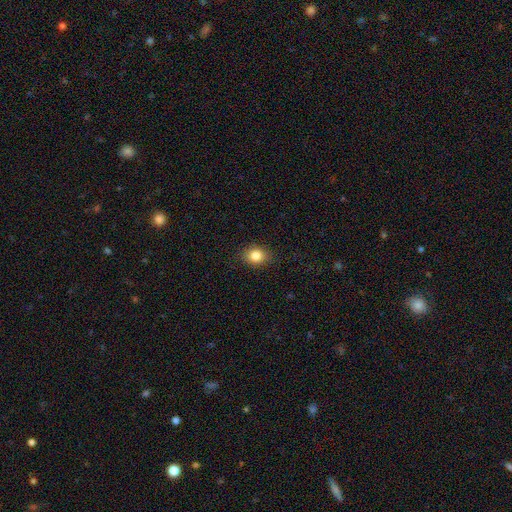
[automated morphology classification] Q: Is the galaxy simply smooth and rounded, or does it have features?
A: smooth — 84%.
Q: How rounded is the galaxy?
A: in between — 50%.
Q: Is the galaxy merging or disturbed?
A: none — 87%.